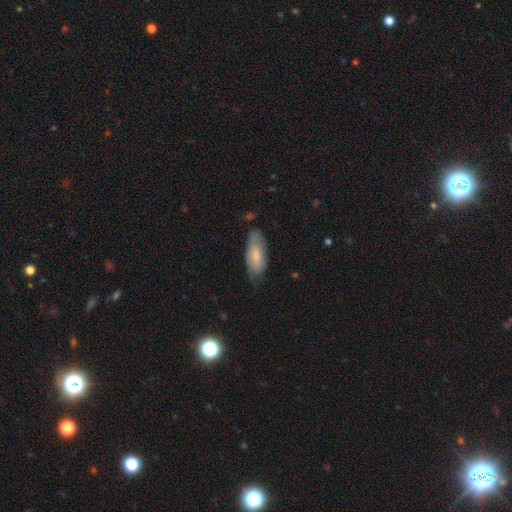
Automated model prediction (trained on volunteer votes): Smooth or featured?
  - smooth: 70% *
  - featured or disk: 24%
  - star or artifact: 6%
How rounded?
  - in between: 78% *
  - cigar-shaped: 21%
  - round: 2%
Merging?
  - none: 61% *
  - minor disturbance: 30%
  - major disturbance: 7%
  - merger: 2%